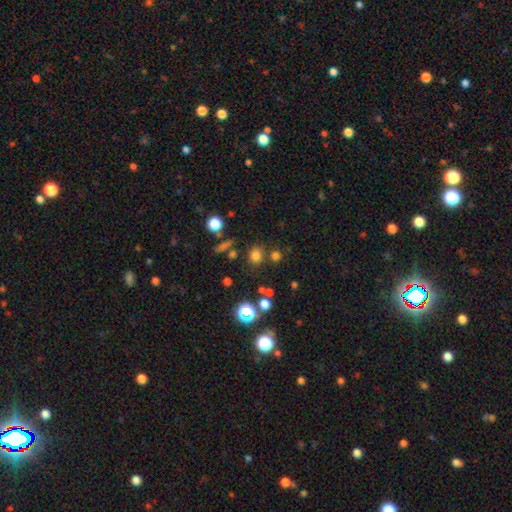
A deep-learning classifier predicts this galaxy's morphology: A smooth galaxy with no disk features (73%) that is round (78%).

Vote fractions:
- Smooth or featured? smooth: 73% / star or artifact: 20% / featured or disk: 6%
- How rounded? round: 78% / in between: 20% / cigar-shaped: 1%
- Merging? none: 77% / merger: 10% / minor disturbance: 10% / major disturbance: 4%